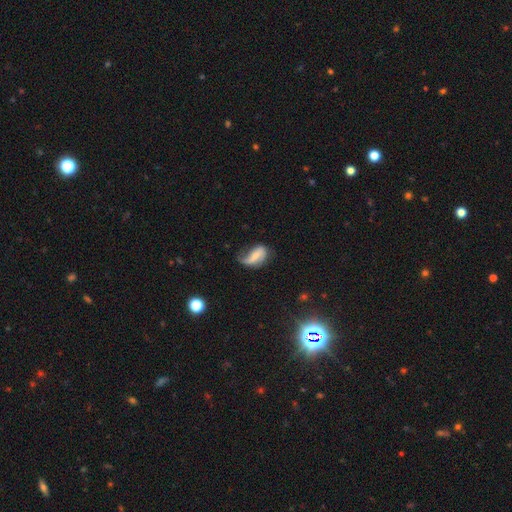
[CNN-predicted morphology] Overall: smooth (47%; featured or disk 45%). Merging: none (32%, tied with minor disturbance and major disturbance).